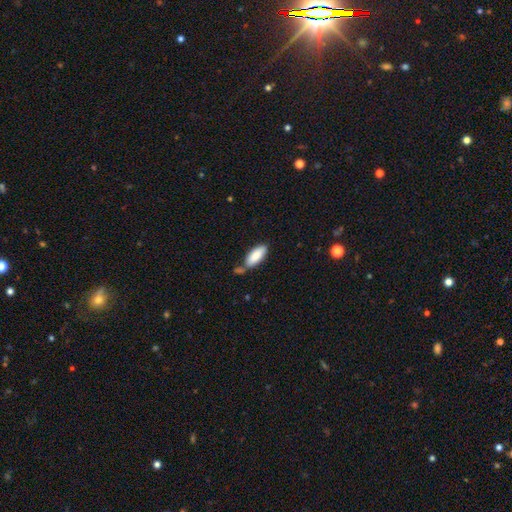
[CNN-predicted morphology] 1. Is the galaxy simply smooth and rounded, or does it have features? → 85% smooth, 9% featured or disk, 6% star or artifact.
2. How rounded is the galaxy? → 81% in between, 17% cigar-shaped, 2% round.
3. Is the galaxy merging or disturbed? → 62% none, 18% minor disturbance, 16% merger, 4% major disturbance.